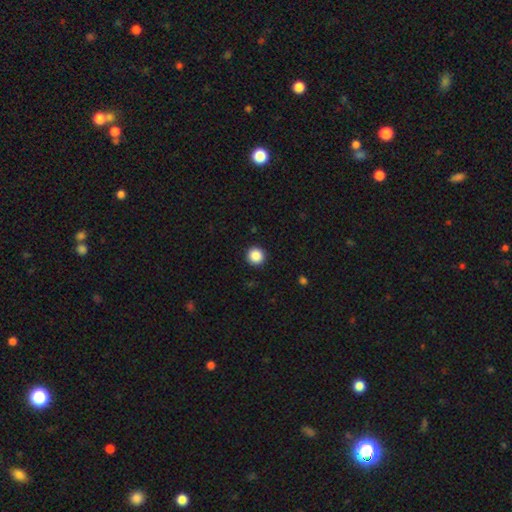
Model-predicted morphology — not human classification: This appears to be a smooth galaxy with no disk features (88%) that is round (95%). Merging: none (93%).